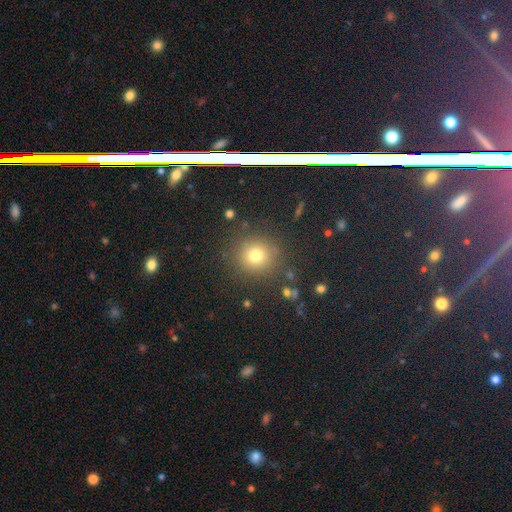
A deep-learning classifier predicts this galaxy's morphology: The model was most divided on "smooth or featured": smooth: 74%, star or artifact: 18%, featured or disk: 7%. More confident: how rounded — round (92%); merging — none (87%).